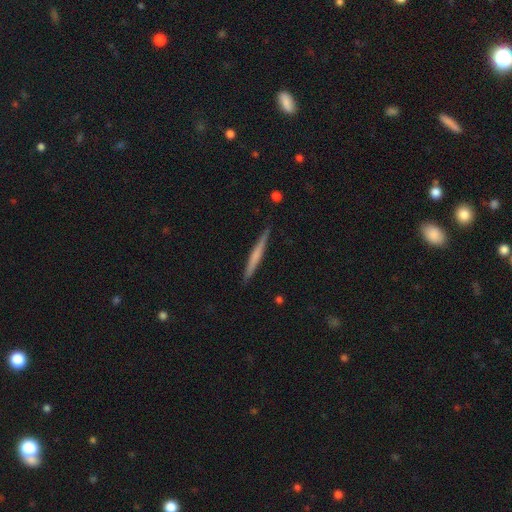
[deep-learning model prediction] Smooth or featured: smooth — 48% (featured or disk — 46%)
Merging: none — 91% (minor disturbance — 7%)